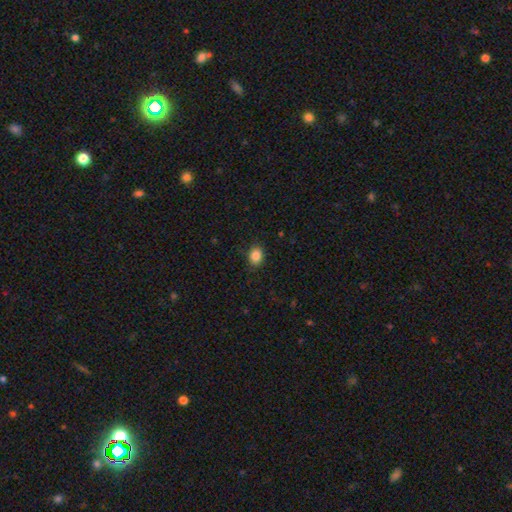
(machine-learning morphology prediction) type=smooth (86%); roundness=in between (52%); merging=none (86%).